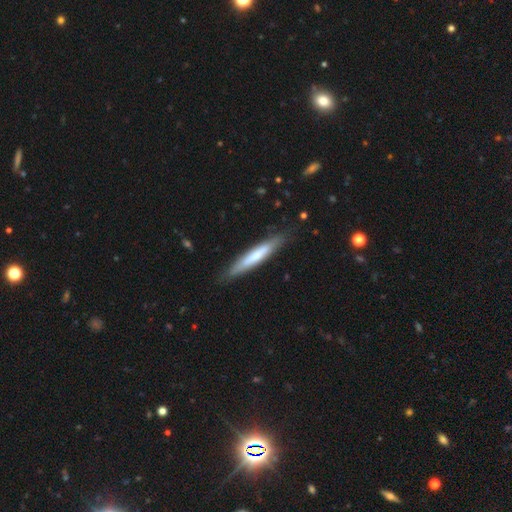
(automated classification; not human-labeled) Smooth or featured? Predicted: smooth (p=0.59). How rounded? Predicted: cigar-shaped (p=0.92). Merging? Predicted: none (p=0.84).